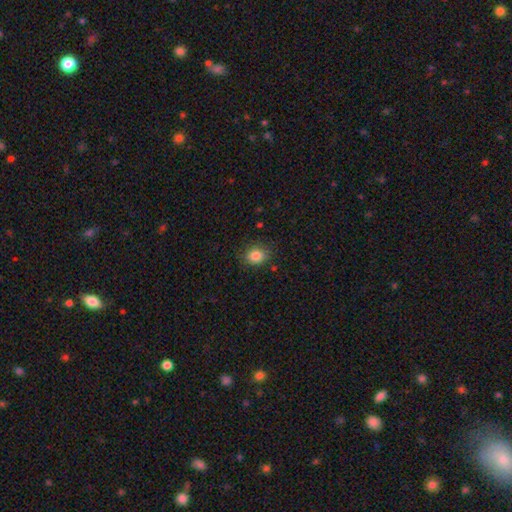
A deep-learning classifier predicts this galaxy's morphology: smooth_or_featured: smooth (p=0.85) [alt: star or artifact p=0.10]
how_rounded: round (p=0.64) [alt: in between p=0.35]
merging: none (p=0.83) [alt: minor disturbance p=0.12]